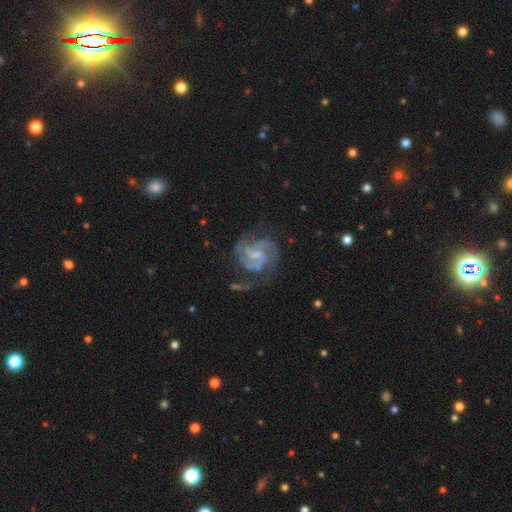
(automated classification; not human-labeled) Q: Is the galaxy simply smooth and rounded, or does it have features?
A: featured or disk — 87%.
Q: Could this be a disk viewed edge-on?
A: no — 98%.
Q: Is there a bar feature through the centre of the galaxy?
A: weak — 55%.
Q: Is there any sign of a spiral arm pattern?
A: yes — 97%.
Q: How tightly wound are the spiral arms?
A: medium — 50%.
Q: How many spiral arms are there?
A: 2 — 50%.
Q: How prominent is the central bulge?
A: small — 47%.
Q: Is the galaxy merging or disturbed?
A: none — 61%.